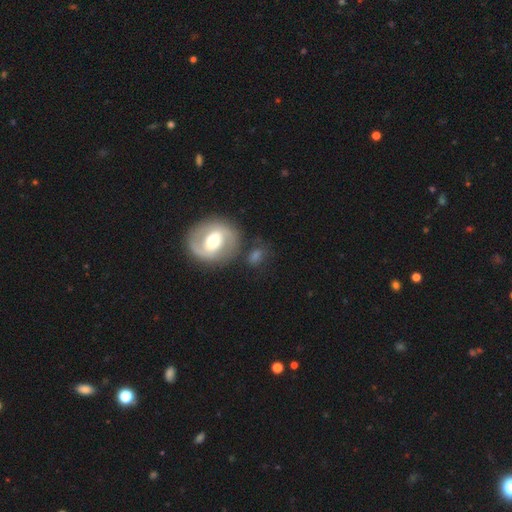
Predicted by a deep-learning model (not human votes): smooth_or_featured: featured or disk (p=0.49) [alt: smooth p=0.42]
merging: none (p=0.67) [alt: minor disturbance p=0.16]